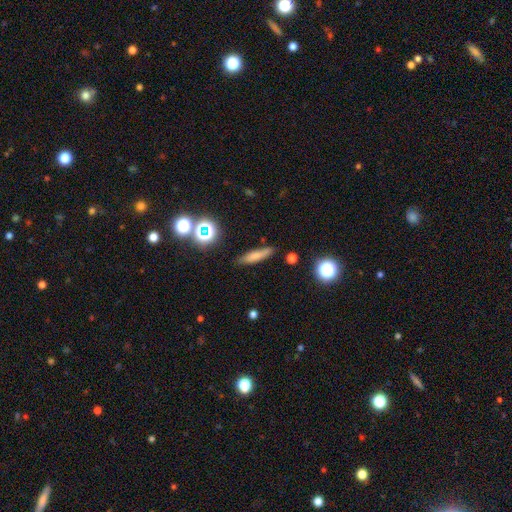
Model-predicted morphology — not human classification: This appears to be a smooth galaxy with no disk features (69%) that is cigar-shaped (77%). Merging: none (81%).